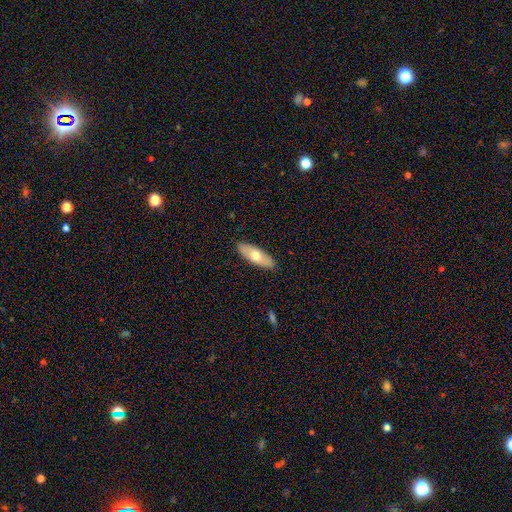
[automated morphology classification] Smooth or featured: smooth — 61% (featured or disk — 33%)
How rounded: in between — 70% (cigar-shaped — 28%)
Merging: none — 89% (minor disturbance — 9%)